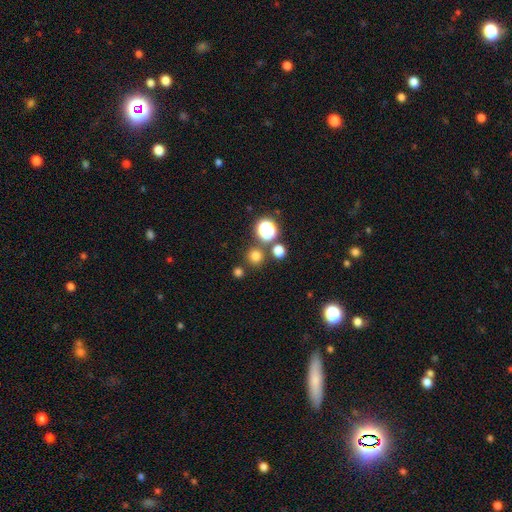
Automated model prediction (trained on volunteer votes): Q: Smooth or featured?
A: smooth (72%); runner-up: star or artifact (22%)
Q: How rounded?
A: round (92%); runner-up: in between (7%)
Q: Merging?
A: none (79%); runner-up: merger (11%)